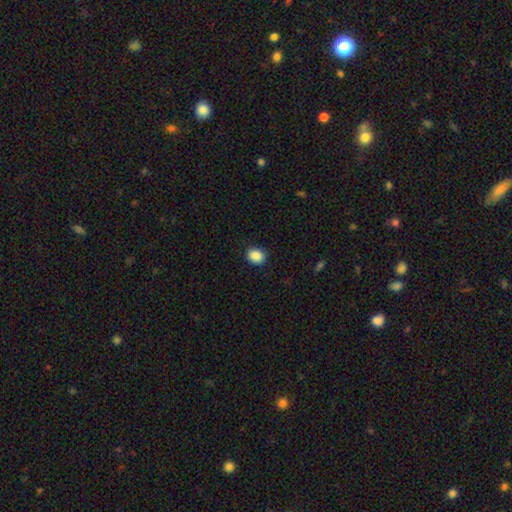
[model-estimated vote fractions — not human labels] Morphology: type=smooth (89%); roundness=in between (53%); merging=none (88%).